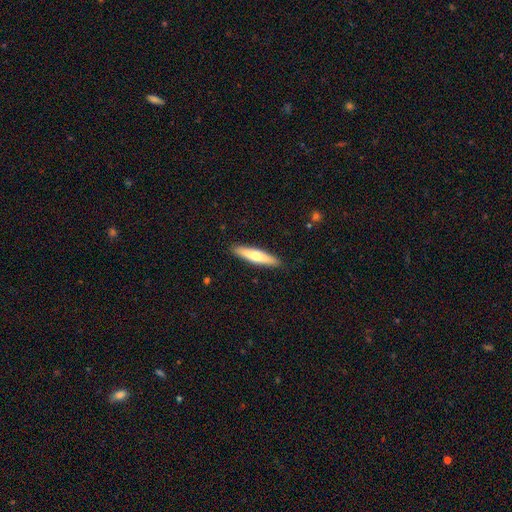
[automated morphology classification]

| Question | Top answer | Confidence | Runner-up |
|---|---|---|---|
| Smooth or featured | smooth | 57% | featured or disk (38%) |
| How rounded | cigar-shaped | 87% | in between (12%) |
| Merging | none | 90% | minor disturbance (7%) |